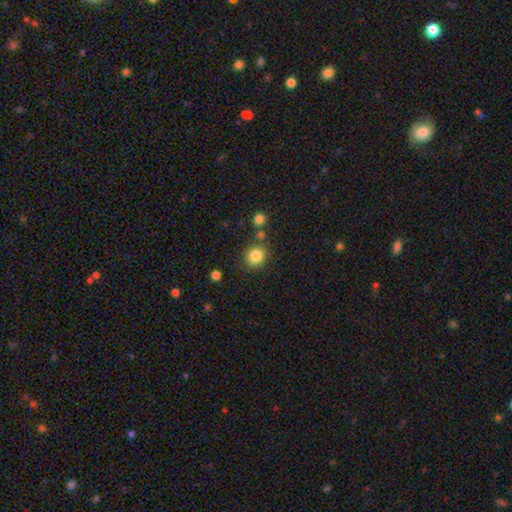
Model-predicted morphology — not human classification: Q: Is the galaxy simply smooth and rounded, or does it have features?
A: smooth — 84%.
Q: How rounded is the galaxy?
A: round — 82%.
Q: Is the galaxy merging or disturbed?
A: none — 78%.